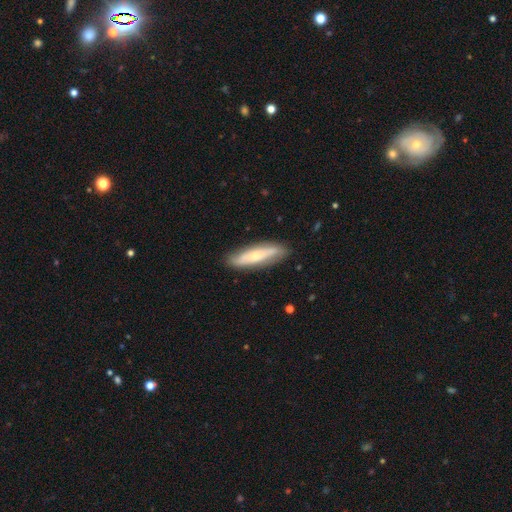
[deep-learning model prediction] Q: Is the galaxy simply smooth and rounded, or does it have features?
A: smooth — 49%.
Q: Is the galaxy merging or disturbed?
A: none — 84%.